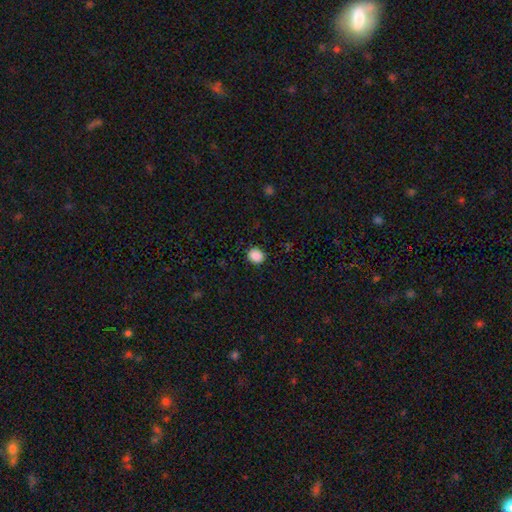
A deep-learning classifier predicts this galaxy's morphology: smooth-or-featured: smooth: 88% | star or artifact: 9% | featured or disk: 2%
  how-rounded: round: 78% | in between: 21% | cigar-shaped: 1%
  merging: none: 89% | minor disturbance: 7% | major disturbance: 2% | merger: 1%